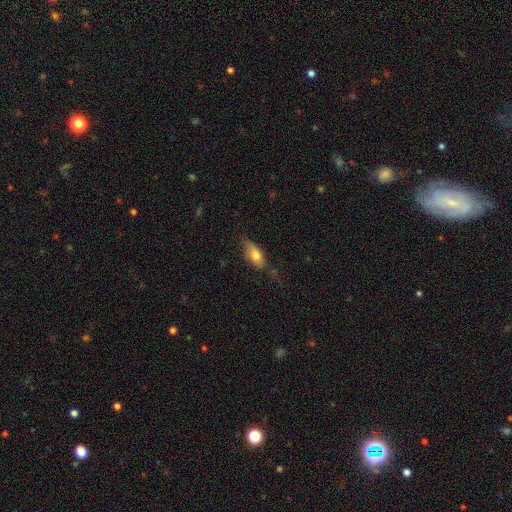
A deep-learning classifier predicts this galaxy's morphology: smooth 69%, featured or disk 24%, star or artifact 7%. Down the decision tree: how rounded — in between (78%); merging — none (65%).